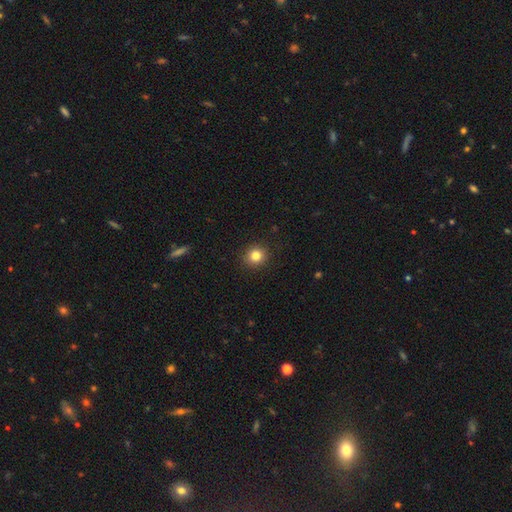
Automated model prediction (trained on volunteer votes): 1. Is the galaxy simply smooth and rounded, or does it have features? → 83% smooth, 11% star or artifact, 6% featured or disk.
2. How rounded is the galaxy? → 89% round, 11% in between, 1% cigar-shaped.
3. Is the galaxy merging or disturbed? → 92% none, 6% minor disturbance, 2% major disturbance, 1% merger.